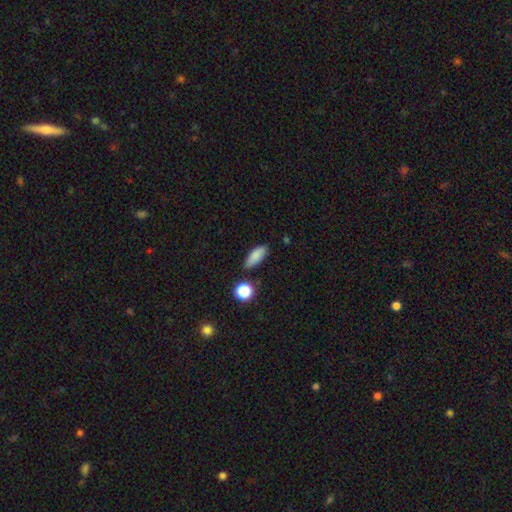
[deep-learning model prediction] smooth_or_featured: smooth (p=0.83) [alt: star or artifact p=0.09]
how_rounded: in between (p=0.77) [alt: cigar-shaped p=0.18]
merging: none (p=0.80) [alt: minor disturbance p=0.14]